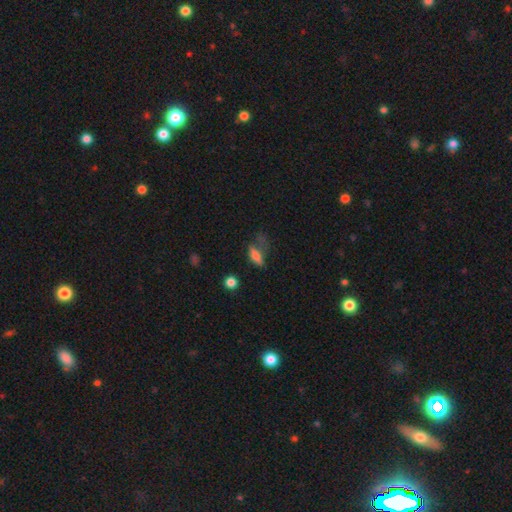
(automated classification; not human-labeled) smooth-or-featured: smooth: 70% | featured or disk: 17% | star or artifact: 13%
  how-rounded: in between: 59% | cigar-shaped: 33% | round: 7%
  merging: none: 38% | major disturbance: 30% | minor disturbance: 27% | merger: 6%